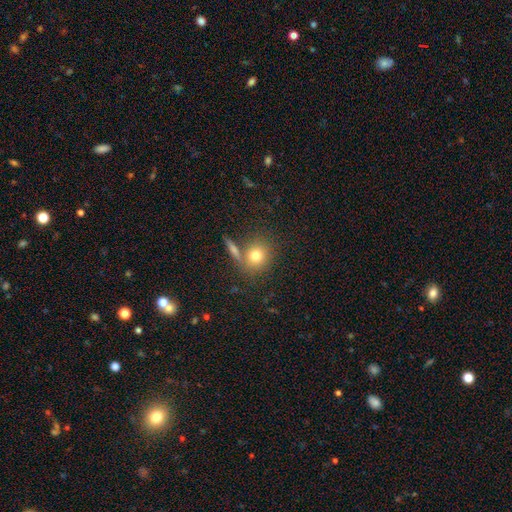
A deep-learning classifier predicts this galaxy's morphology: A smooth galaxy with no disk features (75%) that is round (81%).

Vote fractions:
- Smooth or featured? smooth: 75% / featured or disk: 13% / star or artifact: 12%
- How rounded? round: 81% / in between: 17% / cigar-shaped: 2%
- Merging? none: 66% / merger: 19% / minor disturbance: 10% / major disturbance: 4%